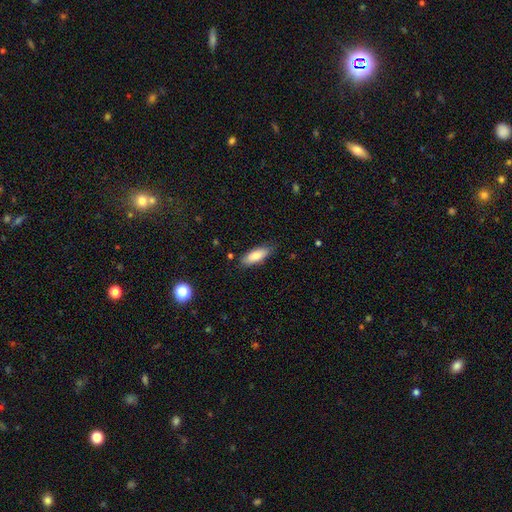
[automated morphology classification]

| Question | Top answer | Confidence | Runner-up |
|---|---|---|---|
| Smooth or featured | smooth | 80% | featured or disk (14%) |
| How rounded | in between | 68% | cigar-shaped (30%) |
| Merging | none | 81% | minor disturbance (15%) |